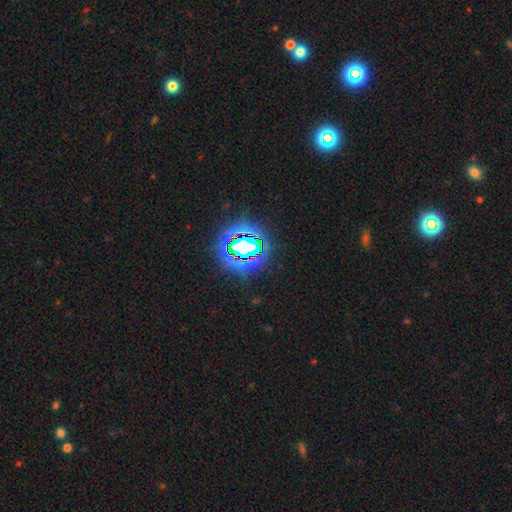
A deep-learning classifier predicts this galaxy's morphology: smooth-or-featured: star or artifact: 80% | smooth: 13% | featured or disk: 6%